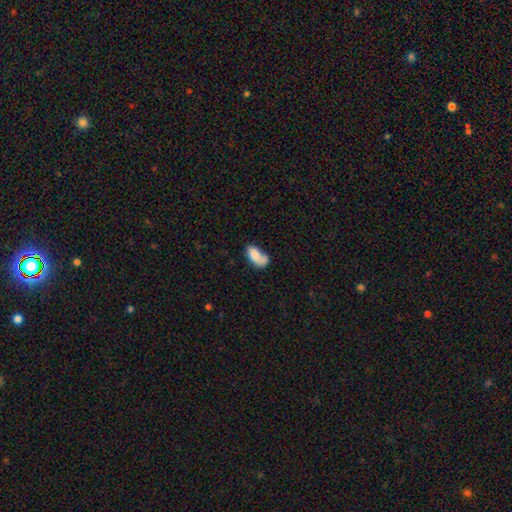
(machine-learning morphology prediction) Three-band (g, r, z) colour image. It shows a smooth galaxy with no disk features (76%) that is in between round and cigar-shaped (91%). Merging: merger (32%, tied with none).